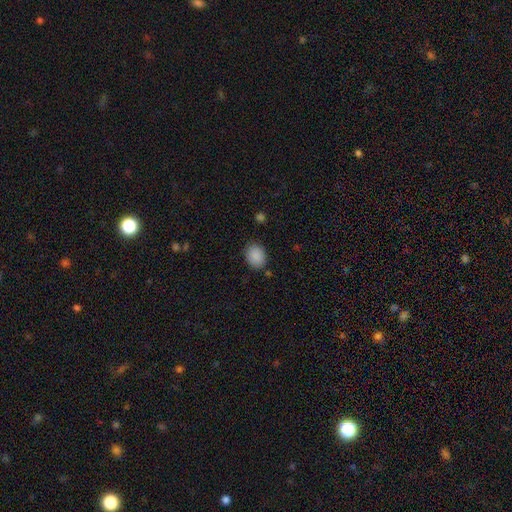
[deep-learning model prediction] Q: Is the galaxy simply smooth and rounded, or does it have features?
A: smooth — 89%.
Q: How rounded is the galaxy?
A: in between — 59%.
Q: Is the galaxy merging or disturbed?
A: none — 82%.